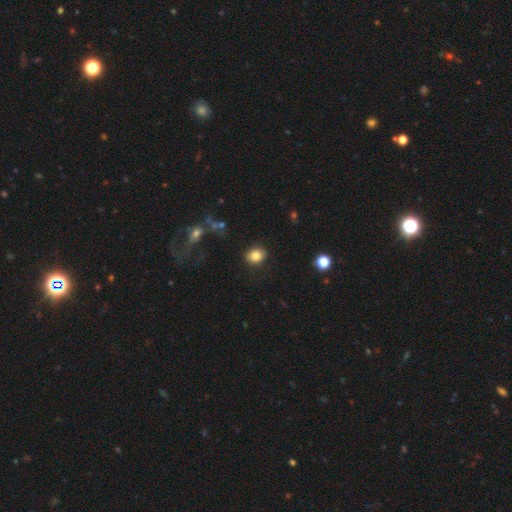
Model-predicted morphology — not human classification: Q: Smooth or featured?
A: smooth (83%); runner-up: star or artifact (9%)
Q: How rounded?
A: round (60%); runner-up: in between (39%)
Q: Merging?
A: none (86%); runner-up: minor disturbance (10%)